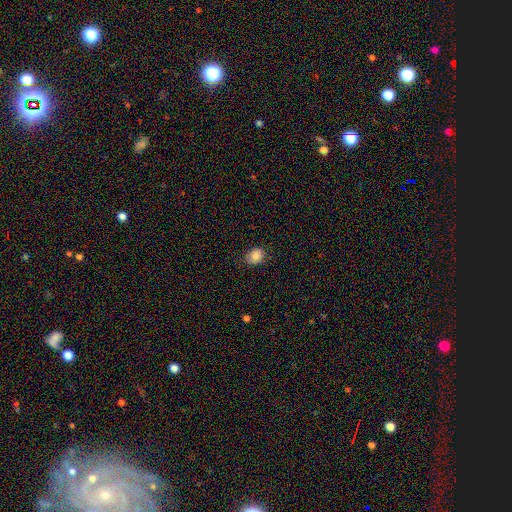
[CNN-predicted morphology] This appears to be a smooth galaxy with no disk features (84%) that is round (53%). Merging: none (82%).